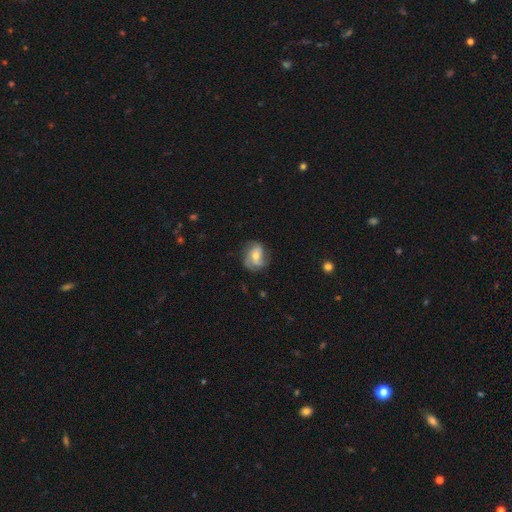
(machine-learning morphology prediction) Q: Smooth or featured?
A: featured or disk (57%); runner-up: smooth (35%)
Q: Edge-on disk?
A: no (96%); runner-up: yes (4%)
Q: Bar?
A: no (53%); runner-up: weak (34%)
Q: Spiral arms?
A: yes (83%); runner-up: no (17%)
Q: Bulge size?
A: moderate (60%); runner-up: small (33%)
Q: Merging?
A: none (63%); runner-up: minor disturbance (24%)